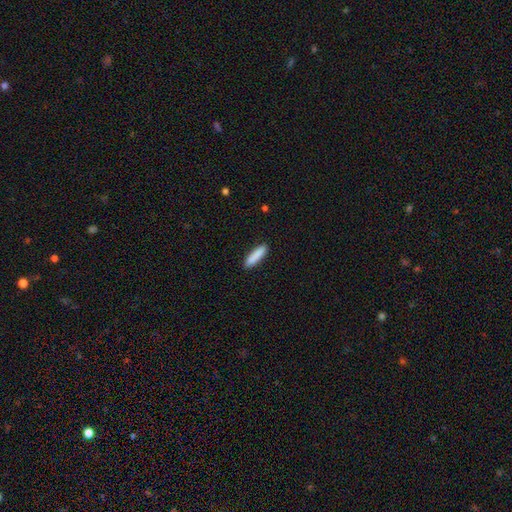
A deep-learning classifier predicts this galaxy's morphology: This is clearly a smooth galaxy (88%). How rounded: likely cigar-shaped (79%). Merging: clearly none (90%).